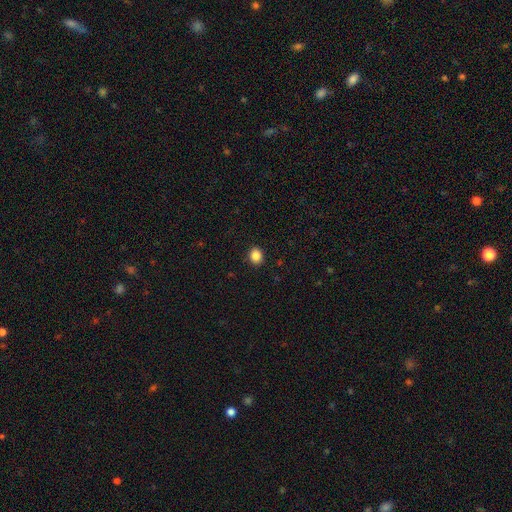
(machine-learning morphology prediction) Smooth or featured? Predicted: smooth (p=0.87). How rounded? Predicted: round (p=0.64). Merging? Predicted: none (p=0.91).